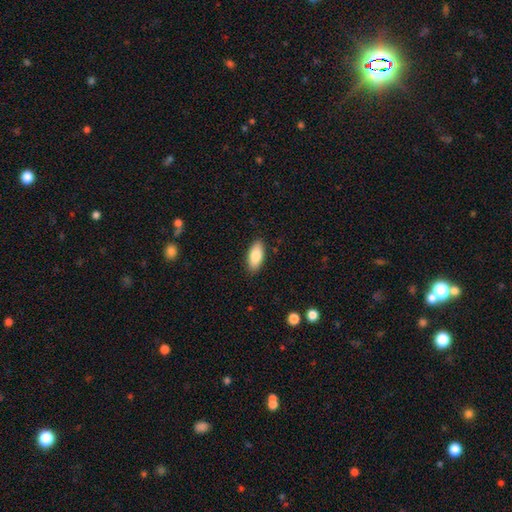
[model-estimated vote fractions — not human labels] smooth-or-featured: smooth: 84% | featured or disk: 10% | star or artifact: 6%
  how-rounded: in between: 88% | cigar-shaped: 10% | round: 2%
  merging: none: 88% | minor disturbance: 9% | major disturbance: 2% | merger: 1%